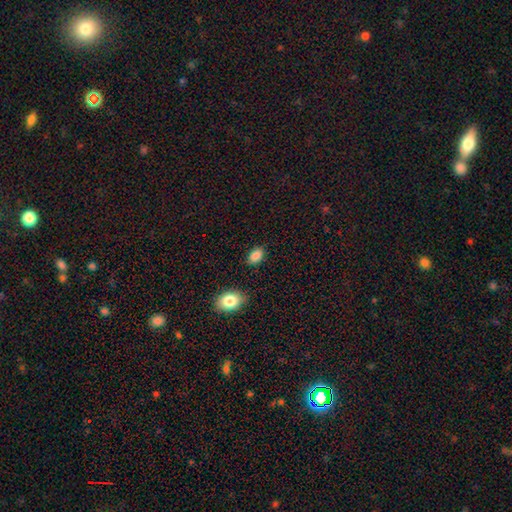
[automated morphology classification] Smooth or featured?
  - smooth: 87% *
  - star or artifact: 9%
  - featured or disk: 4%
How rounded?
  - in between: 89% *
  - round: 9%
  - cigar-shaped: 2%
Merging?
  - none: 84% *
  - minor disturbance: 12%
  - major disturbance: 2%
  - merger: 2%